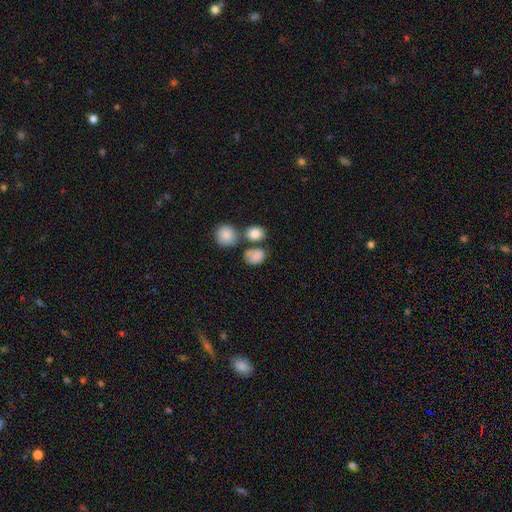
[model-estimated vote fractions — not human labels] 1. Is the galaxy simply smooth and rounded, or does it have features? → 84% smooth, 9% star or artifact, 7% featured or disk.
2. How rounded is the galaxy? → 58% in between, 41% round, 1% cigar-shaped.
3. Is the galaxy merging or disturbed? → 50% none, 29% merger, 14% minor disturbance, 6% major disturbance.